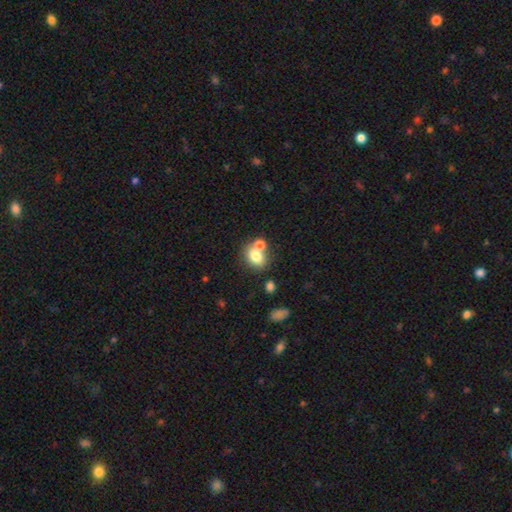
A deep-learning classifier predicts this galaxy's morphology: Smooth or featured?
  - smooth: 75% *
  - featured or disk: 13%
  - star or artifact: 11%
How rounded?
  - in between: 50% *
  - round: 49%
  - cigar-shaped: 1%
Merging?
  - none: 47% *
  - merger: 38%
  - minor disturbance: 10%
  - major disturbance: 4%